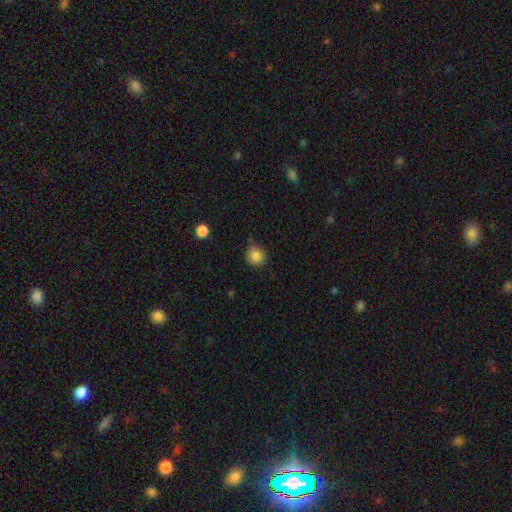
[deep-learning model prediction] smooth-or-featured: smooth: 83% | star or artifact: 10% | featured or disk: 6%
  how-rounded: round: 89% | in between: 10% | cigar-shaped: 1%
  merging: none: 73% | minor disturbance: 19% | merger: 4% | major disturbance: 3%